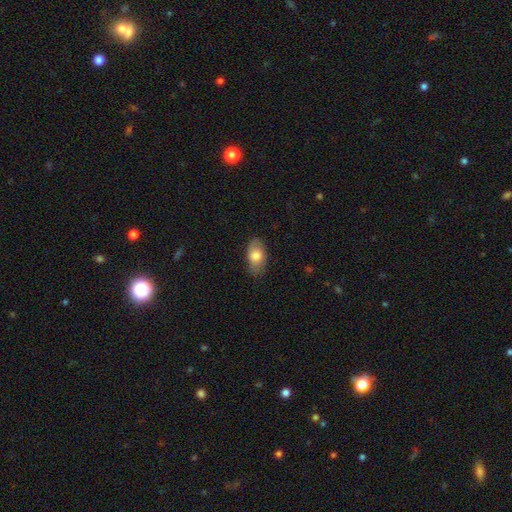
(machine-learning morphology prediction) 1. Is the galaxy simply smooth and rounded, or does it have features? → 77% smooth, 17% featured or disk, 7% star or artifact.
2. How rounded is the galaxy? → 91% in between, 6% round, 3% cigar-shaped.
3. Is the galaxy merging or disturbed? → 78% none, 17% minor disturbance, 4% major disturbance, 1% merger.